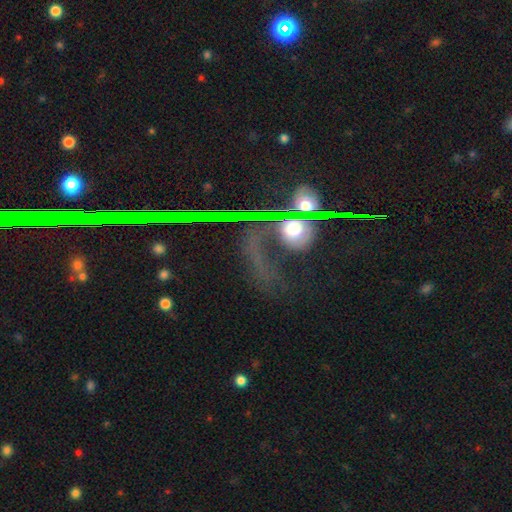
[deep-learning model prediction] Smooth or featured? star or artifact (57%)